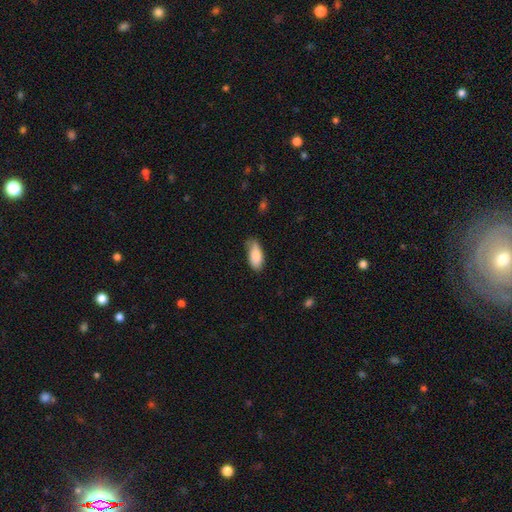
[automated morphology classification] Smooth or featured? Predicted: smooth (p=0.86). How rounded? Predicted: in between (p=0.88). Merging? Predicted: none (p=0.60).